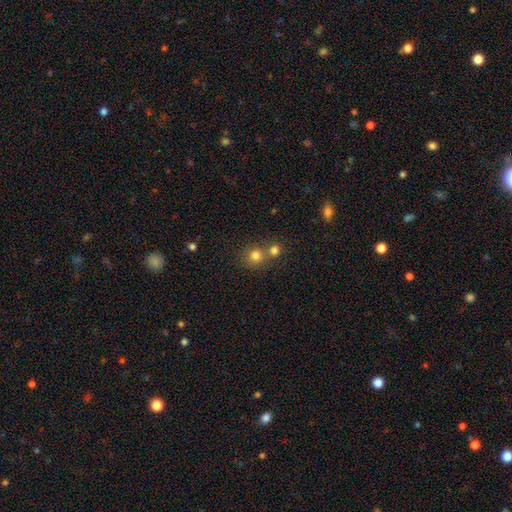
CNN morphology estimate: The model was most divided on "merging": none: 54%, merger: 38%, minor disturbance: 6%, major disturbance: 3%. More confident: how rounded — round (89%); smooth or featured — smooth (78%).